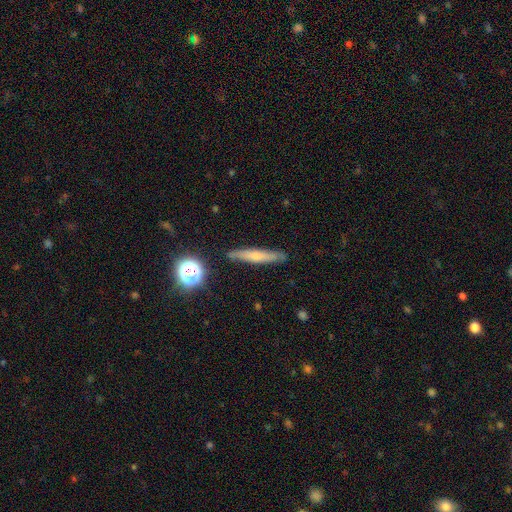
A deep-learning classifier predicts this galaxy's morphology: Overall: smooth (49%; featured or disk 41%). Merging: none (87%).